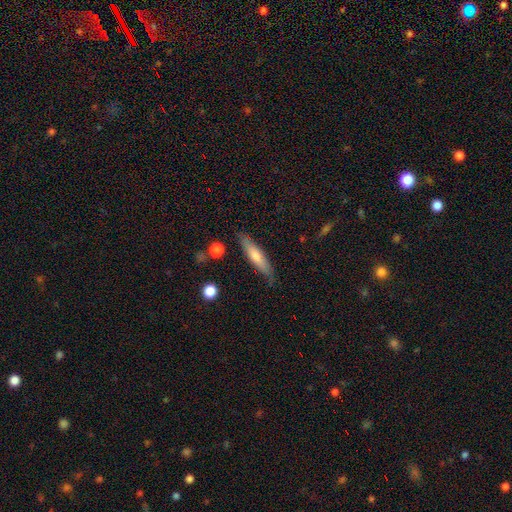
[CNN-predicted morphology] A smooth galaxy with no disk features (58%) that is cigar-shaped (83%).

Vote fractions:
- Smooth or featured? smooth: 58% / featured or disk: 36% / star or artifact: 7%
- How rounded? cigar-shaped: 83% / in between: 15% / round: 2%
- Merging? none: 81% / minor disturbance: 14% / major disturbance: 3% / merger: 2%